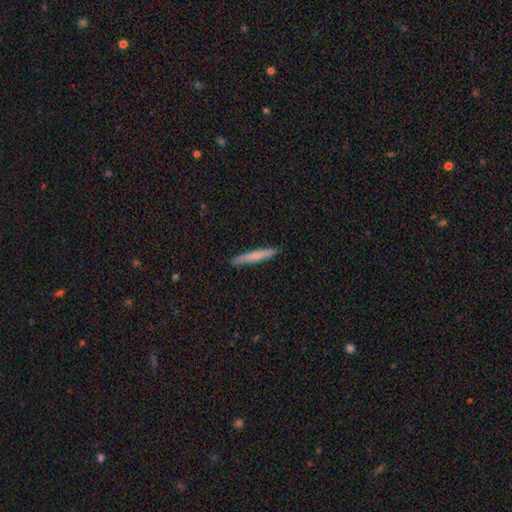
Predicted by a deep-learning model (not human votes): Morphology: type=smooth (69%); roundness=cigar-shaped (96%); merging=none (90%).